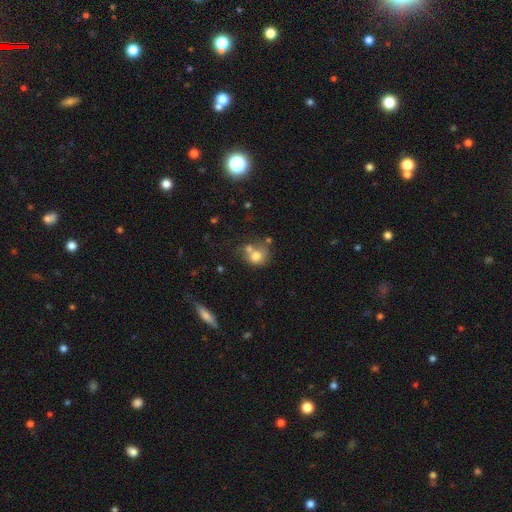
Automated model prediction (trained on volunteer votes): Overall: smooth (71%). How rounded: round (69%; in between 30%). Merging: merger (41%; none 35%).